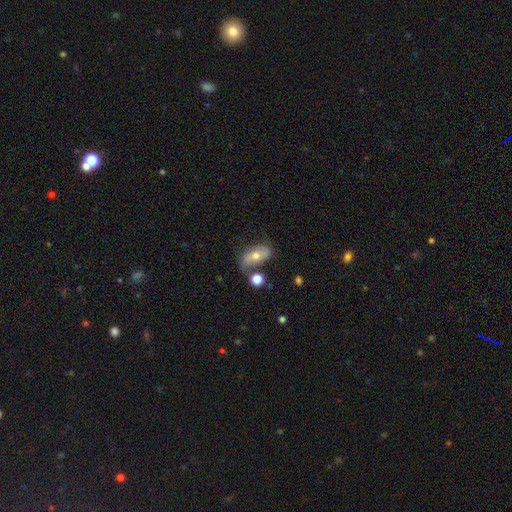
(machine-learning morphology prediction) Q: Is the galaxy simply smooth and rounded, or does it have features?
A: featured or disk — 47%.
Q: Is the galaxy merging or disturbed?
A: none — 64%.